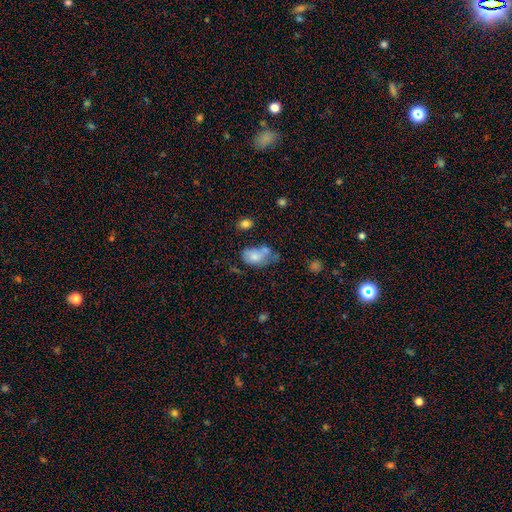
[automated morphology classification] type=smooth (68%); roundness=in between (85%); merging=minor disturbance (27%).